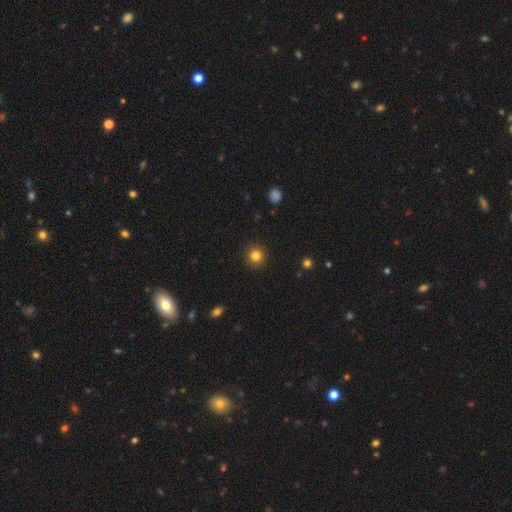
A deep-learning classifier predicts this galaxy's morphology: This appears to be a smooth galaxy with no disk features (82%) that is round (94%). Merging: none (92%).